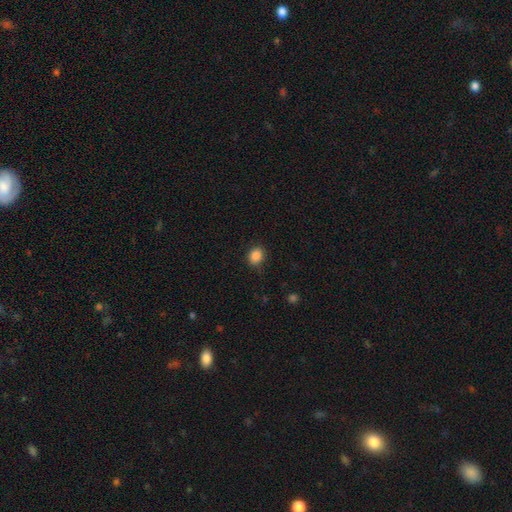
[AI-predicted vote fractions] Morphology: type=smooth (87%); roundness=round (56%); merging=none (85%).